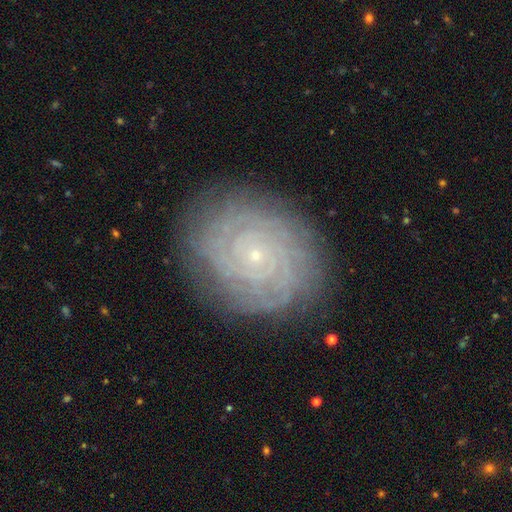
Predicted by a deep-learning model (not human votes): Overall: featured or disk (84%). Edge-on disk: no (97%). Bar: no (83%). Spiral arms: yes (97%). Spiral arm count: can't tell (29%; 4 18%). Spiral winding: tight (88%). Bulge size: small (89%). Merging: none (84%).